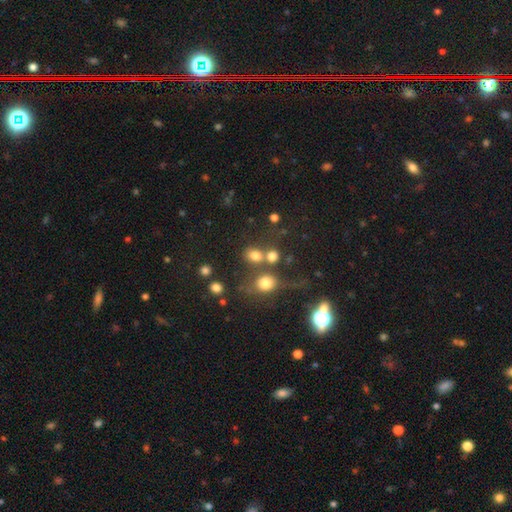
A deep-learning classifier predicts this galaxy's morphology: Smooth or featured: smooth — 74% (star or artifact — 16%)
How rounded: round — 60% (in between — 39%)
Merging: none — 50% (merger — 32%)